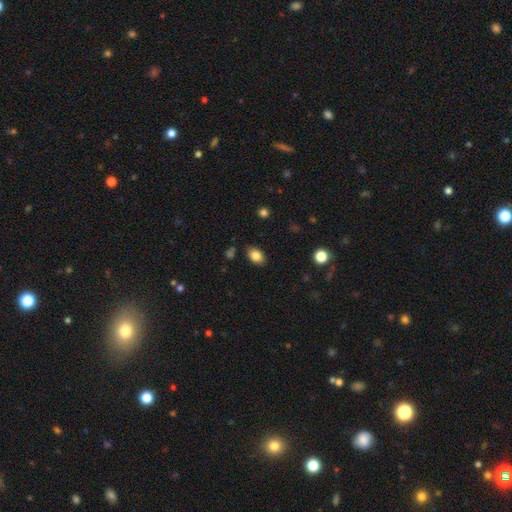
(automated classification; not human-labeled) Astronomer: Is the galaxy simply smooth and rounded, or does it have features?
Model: smooth — 85%.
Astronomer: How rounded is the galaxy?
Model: in between — 80%.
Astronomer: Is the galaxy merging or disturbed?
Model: none — 84%.